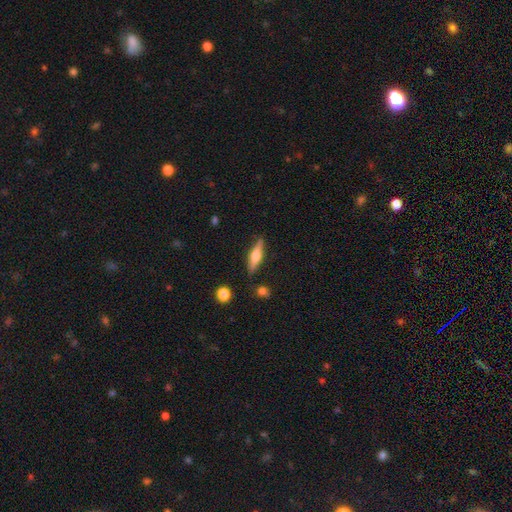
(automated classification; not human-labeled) The model was most divided on "smooth or featured": featured or disk: 48%, smooth: 46%, star or artifact: 6%. More confident: merging — none (86%).